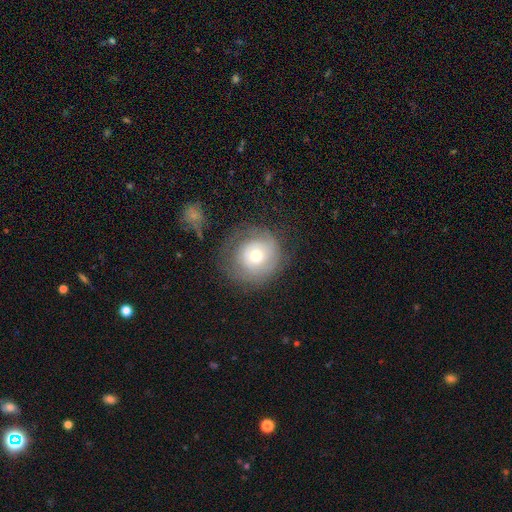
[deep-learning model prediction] Smooth or featured? Predicted: smooth (p=0.48). Merging? Predicted: none (p=0.63).